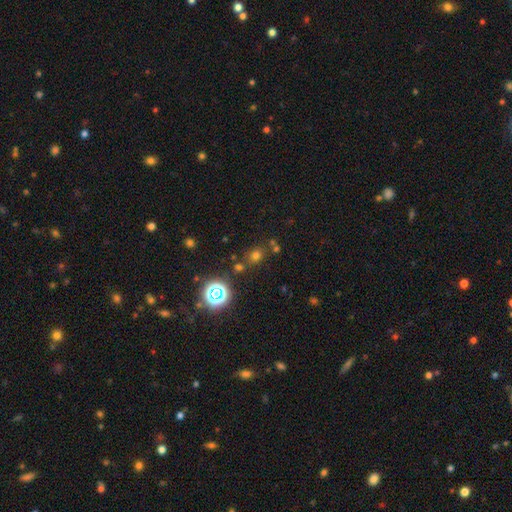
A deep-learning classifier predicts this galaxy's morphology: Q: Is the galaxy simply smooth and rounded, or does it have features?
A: smooth — 57%.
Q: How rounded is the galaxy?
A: round — 74%.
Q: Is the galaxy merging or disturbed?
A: none — 73%.